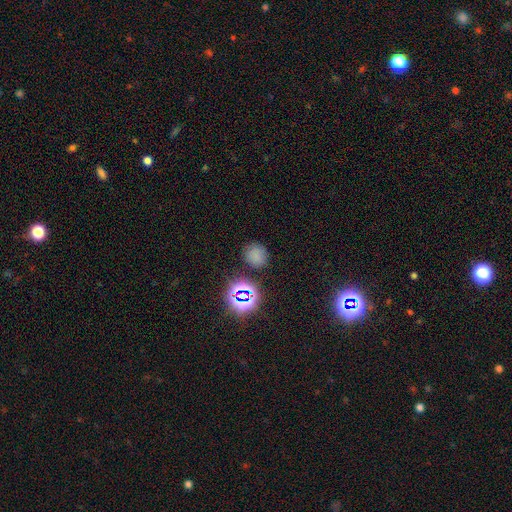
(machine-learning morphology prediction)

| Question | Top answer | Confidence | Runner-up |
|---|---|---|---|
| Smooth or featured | smooth | 68% | star or artifact (26%) |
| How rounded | round | 81% | in between (18%) |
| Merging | none | 81% | minor disturbance (12%) |